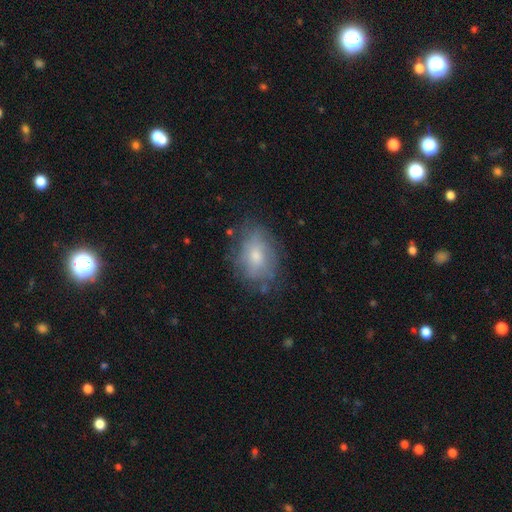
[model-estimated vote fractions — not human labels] Smooth or featured?
  - smooth: 58% *
  - featured or disk: 33%
  - star or artifact: 9%
How rounded?
  - in between: 73% *
  - round: 25%
  - cigar-shaped: 1%
Merging?
  - none: 65% *
  - minor disturbance: 23%
  - major disturbance: 10%
  - merger: 2%